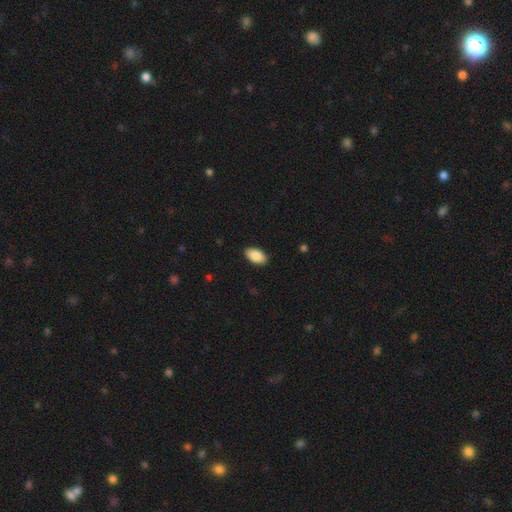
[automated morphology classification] Overall: smooth (88%). How rounded: in between (95%). Merging: none (89%).